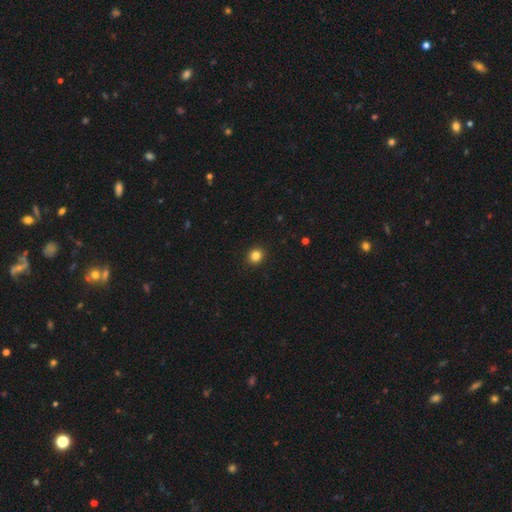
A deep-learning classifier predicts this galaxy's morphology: Smooth or featured? Predicted: smooth (p=0.83). How rounded? Predicted: round (p=0.85). Merging? Predicted: none (p=0.92).